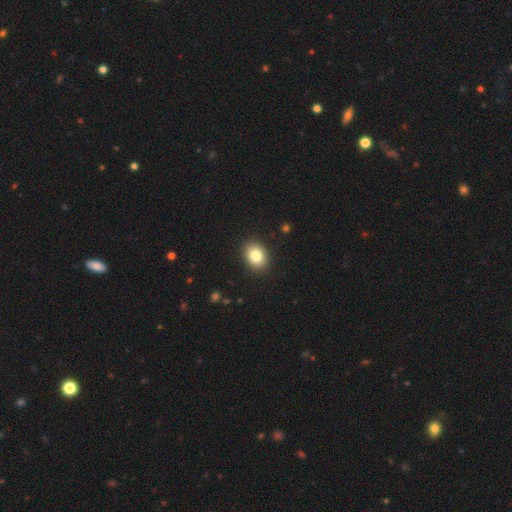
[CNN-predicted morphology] The model was most divided on "how rounded": in between: 63%, round: 36%, cigar-shaped: 1%. More confident: merging — none (91%); smooth or featured — smooth (83%).